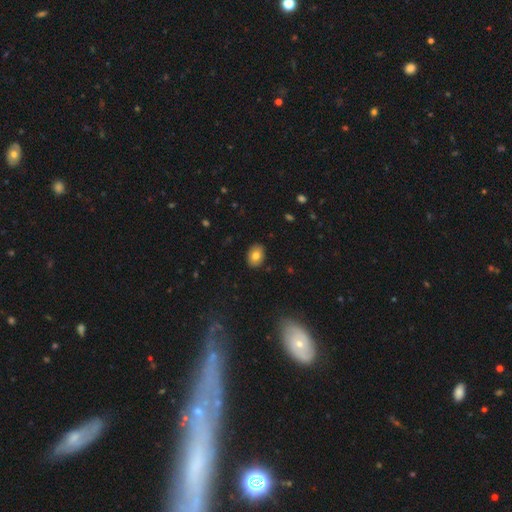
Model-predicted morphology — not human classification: Q: Smooth or featured?
A: smooth (79%); runner-up: featured or disk (12%)
Q: How rounded?
A: in between (75%); runner-up: round (24%)
Q: Merging?
A: none (88%); runner-up: minor disturbance (9%)